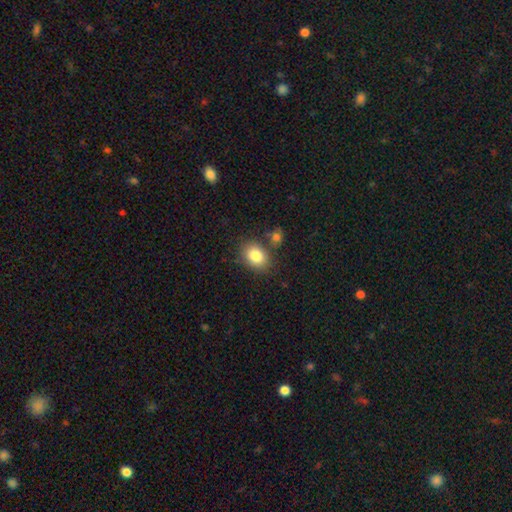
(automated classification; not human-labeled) Smooth or featured: smooth — 83% (star or artifact — 8%)
How rounded: in between — 70% (round — 29%)
Merging: none — 74% (minor disturbance — 12%)